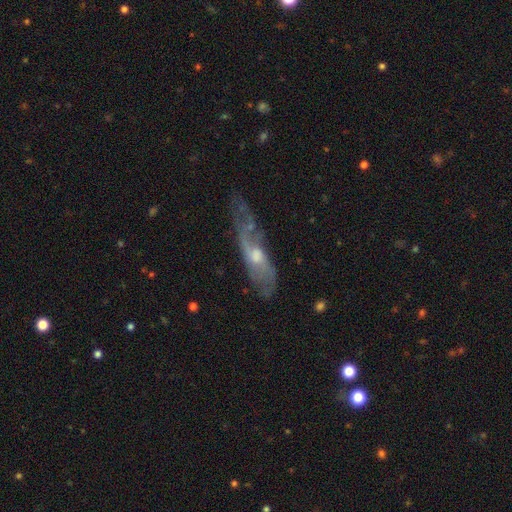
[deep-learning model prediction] This is likely a featured or disk galaxy (68%). It is likely not viewed edge-on (66%). Merging: possibly none (47%).